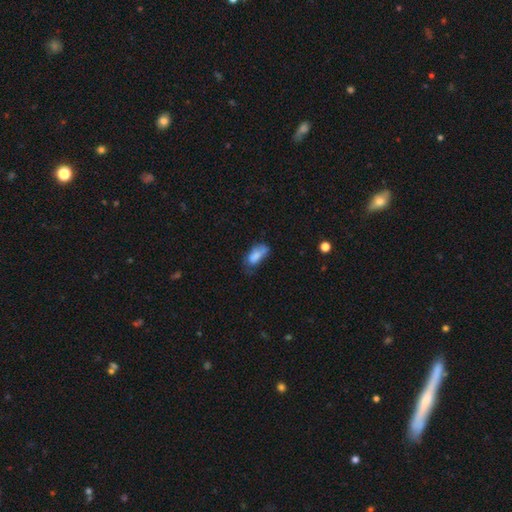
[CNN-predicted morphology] This is likely a smooth galaxy (75%). How rounded: clearly in between (86%). Merging: marginally none (37%).